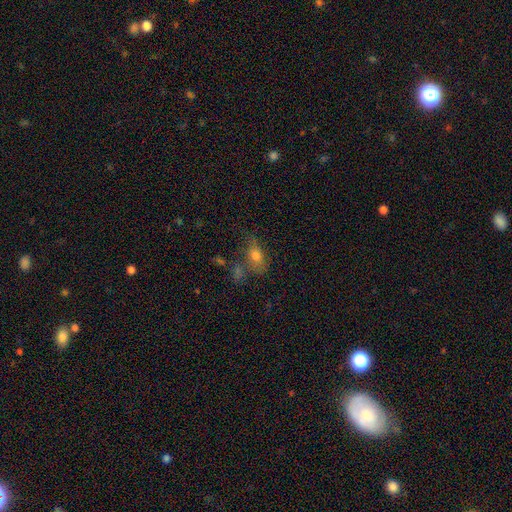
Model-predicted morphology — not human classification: A smooth galaxy with no disk features (66%) that is in between round and cigar-shaped (78%). Merging: none (47%).